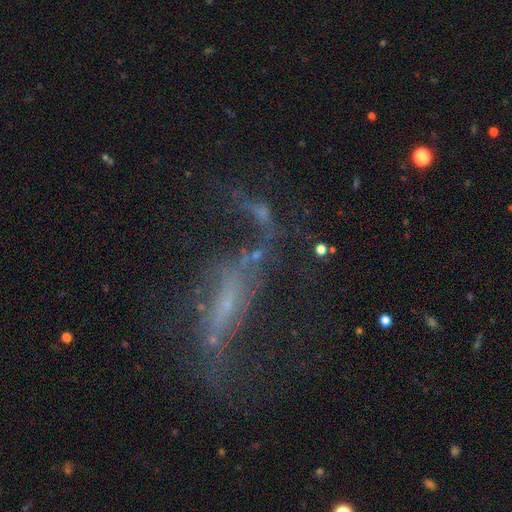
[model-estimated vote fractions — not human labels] smooth-or-featured: featured or disk: 41% | smooth: 30% | star or artifact: 29%
  merging: none: 40% | major disturbance: 28% | minor disturbance: 17% | merger: 15%